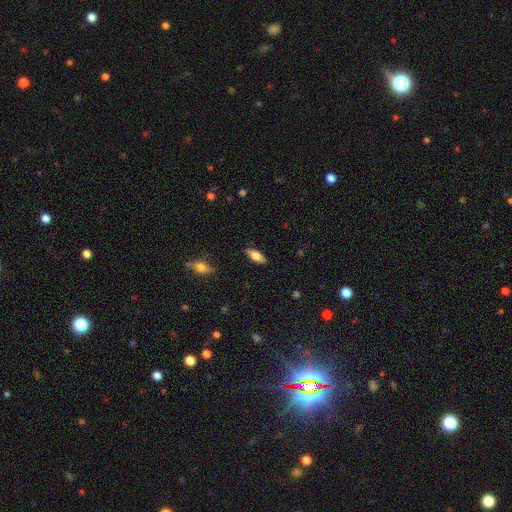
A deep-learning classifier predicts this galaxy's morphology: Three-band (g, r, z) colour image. It shows a smooth galaxy with no disk features (68%) that is in between round and cigar-shaped (76%). Merging: none (86%).